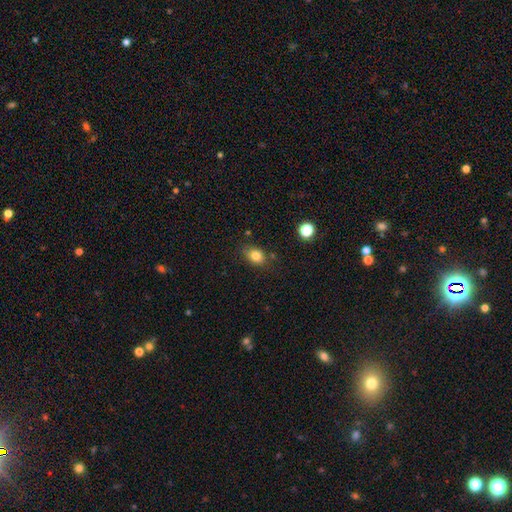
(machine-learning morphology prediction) Q: Smooth or featured?
A: smooth (81%); runner-up: star or artifact (11%)
Q: How rounded?
A: in between (64%); runner-up: round (34%)
Q: Merging?
A: none (73%); runner-up: minor disturbance (19%)